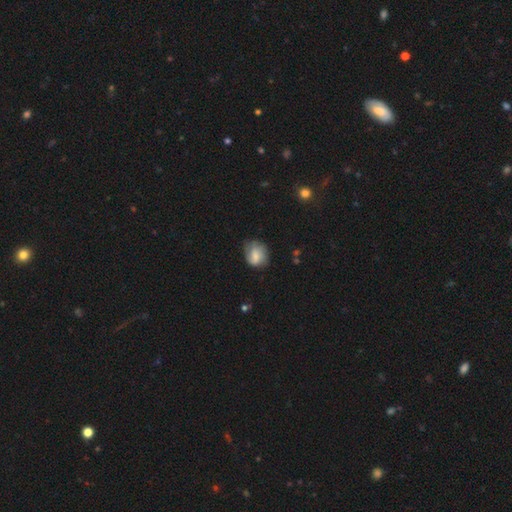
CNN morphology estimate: type=smooth (57%); roundness=round (58%); merging=none (61%).